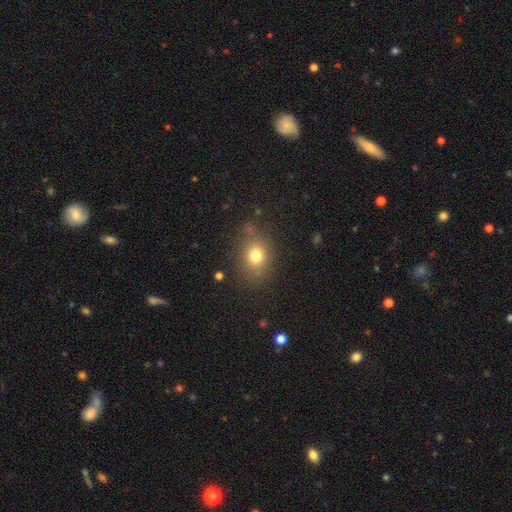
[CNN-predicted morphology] type=smooth (76%); roundness=round (51%); merging=none (77%).